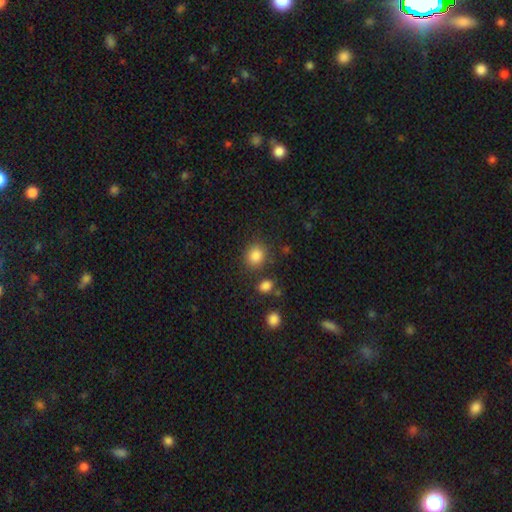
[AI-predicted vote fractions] This appears to be a smooth galaxy with no disk features (86%) that is round (71%). Merging: none (79%).